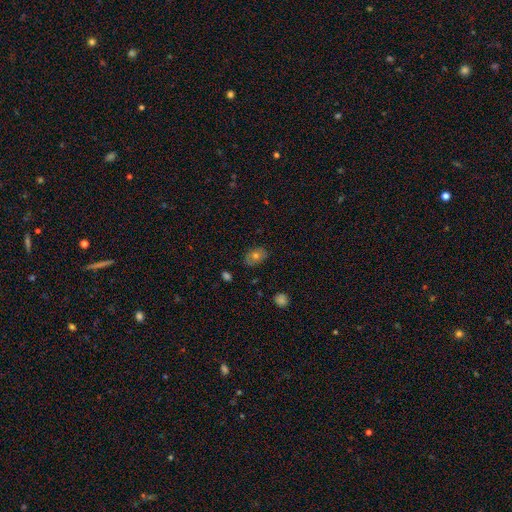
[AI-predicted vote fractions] Overall: smooth (66%). How rounded: in between (72%). Merging: none (80%).